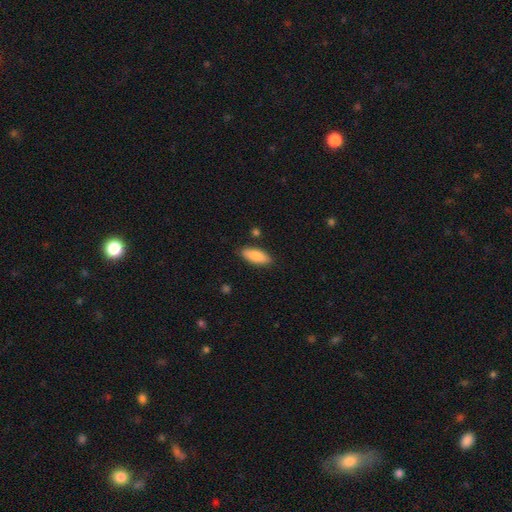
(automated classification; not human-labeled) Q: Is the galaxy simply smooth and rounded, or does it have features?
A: smooth — 83%.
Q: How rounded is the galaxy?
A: in between — 77%.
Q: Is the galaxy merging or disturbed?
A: none — 85%.